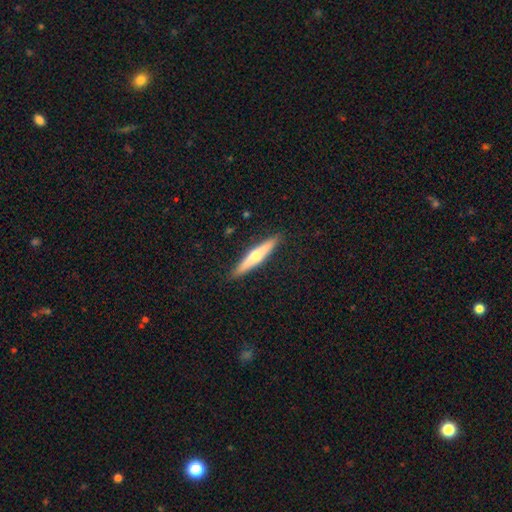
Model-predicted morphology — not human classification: A featured or disk galaxy (51%) viewed edge-on (94%).

Vote fractions:
- Smooth or featured? featured or disk: 51% / smooth: 43% / star or artifact: 6%
- Edge-on disk? yes: 94% / no: 6%
- Merging? none: 90% / minor disturbance: 8% / major disturbance: 2% / merger: 1%